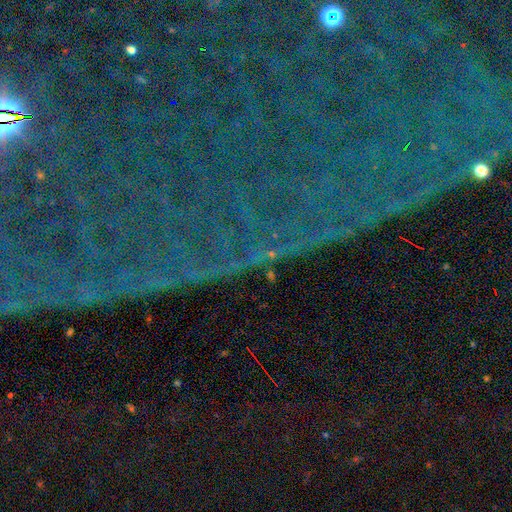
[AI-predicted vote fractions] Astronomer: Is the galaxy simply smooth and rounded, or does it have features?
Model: star or artifact — 88%.